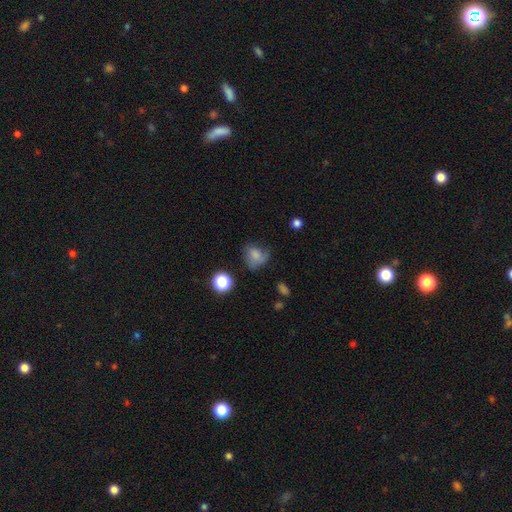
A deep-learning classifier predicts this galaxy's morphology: smooth-or-featured: smooth: 71% | featured or disk: 16% | star or artifact: 13%
  how-rounded: round: 52% | in between: 47% | cigar-shaped: 1%
  merging: none: 44% | minor disturbance: 32% | major disturbance: 21% | merger: 3%